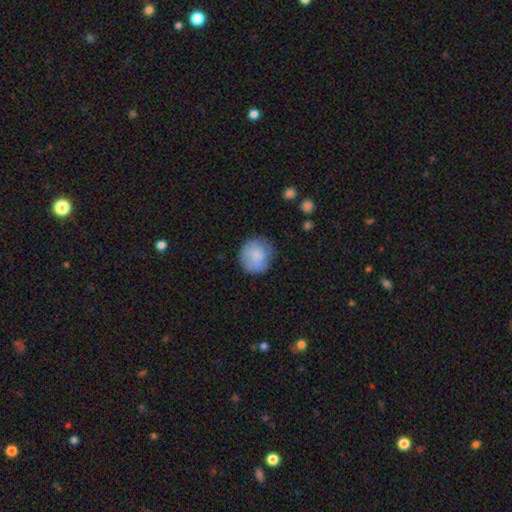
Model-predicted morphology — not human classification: This appears to be a smooth galaxy with no disk features (76%) that is round (90%). Merging: none (75%).